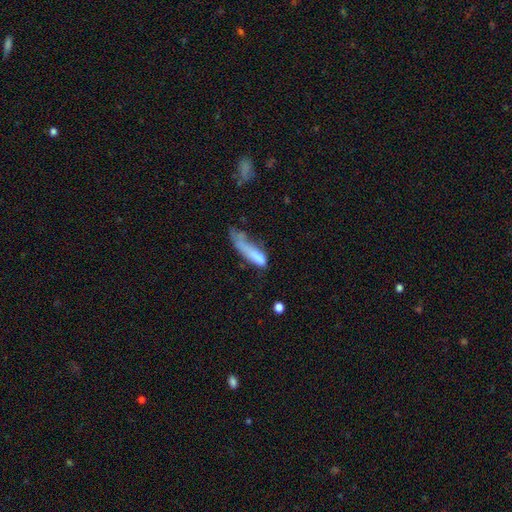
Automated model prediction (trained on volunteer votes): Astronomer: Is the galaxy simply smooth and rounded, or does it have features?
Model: smooth — 69%.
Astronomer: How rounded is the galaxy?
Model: cigar-shaped — 61% (runner-up: in between, 36%).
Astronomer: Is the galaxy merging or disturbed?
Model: major disturbance — 46% (runner-up: minor disturbance, 23%).